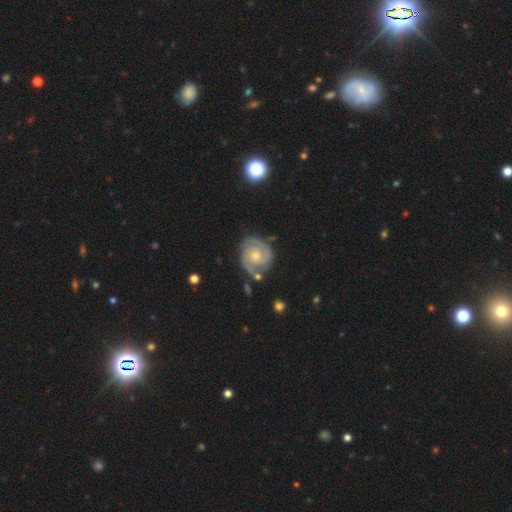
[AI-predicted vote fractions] This appears to be a featured or disk galaxy (89%) with no bar (70%), 2 (70%) tight (64%) spiral arms (98%) and a small central bulge (53%). Merging: none (72%).